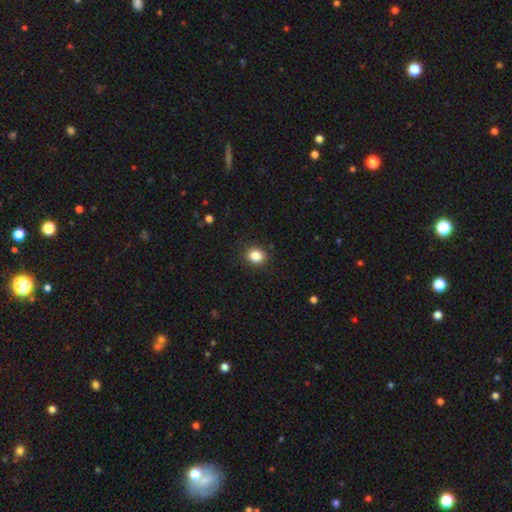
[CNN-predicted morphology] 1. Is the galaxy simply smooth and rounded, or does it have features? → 85% smooth, 10% star or artifact, 4% featured or disk.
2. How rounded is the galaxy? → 73% round, 26% in between, 1% cigar-shaped.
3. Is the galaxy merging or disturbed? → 89% none, 8% minor disturbance, 2% major disturbance, 1% merger.